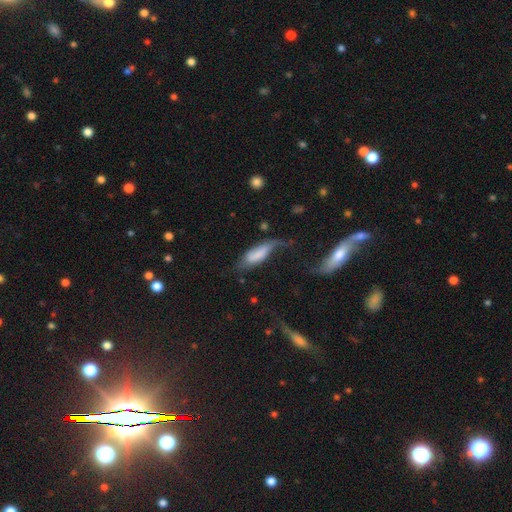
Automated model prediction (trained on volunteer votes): Q: Smooth or featured?
A: smooth (61%); runner-up: featured or disk (30%)
Q: How rounded?
A: in between (64%); runner-up: cigar-shaped (33%)
Q: Merging?
A: major disturbance (34%); runner-up: minor disturbance (30%)